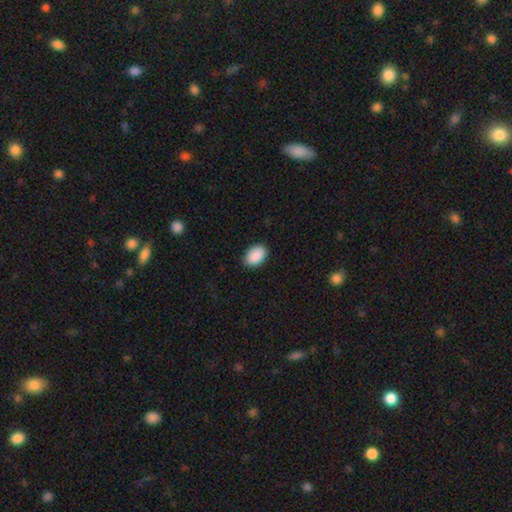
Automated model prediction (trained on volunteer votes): Morphology: type=smooth (91%); roundness=in between (89%); merging=none (88%).